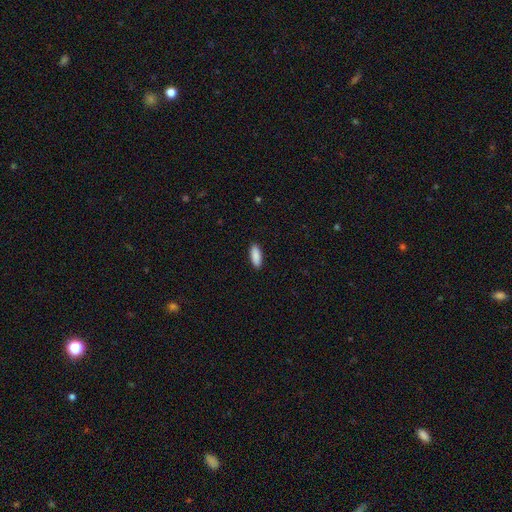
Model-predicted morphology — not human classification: Smooth or featured?
  - smooth: 90% *
  - star or artifact: 6%
  - featured or disk: 4%
How rounded?
  - in between: 75% *
  - cigar-shaped: 24%
  - round: 2%
Merging?
  - none: 90% *
  - minor disturbance: 7%
  - major disturbance: 2%
  - merger: 1%